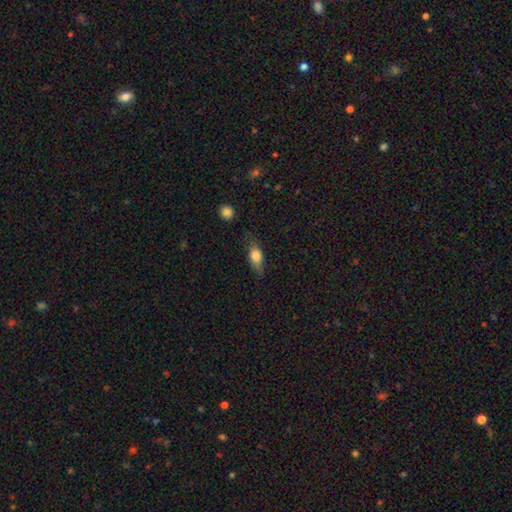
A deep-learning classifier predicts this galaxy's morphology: Smooth or featured? Predicted: smooth (p=0.72). How rounded? Predicted: in between (p=0.77). Merging? Predicted: none (p=0.67).